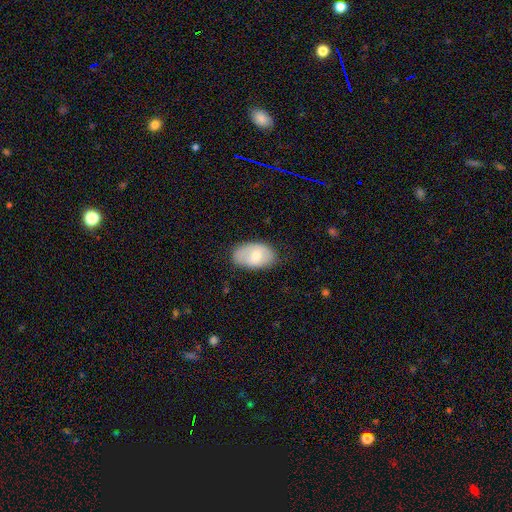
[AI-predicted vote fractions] This is likely a smooth galaxy (67%). How rounded: clearly in between (92%). Merging: likely none (73%).